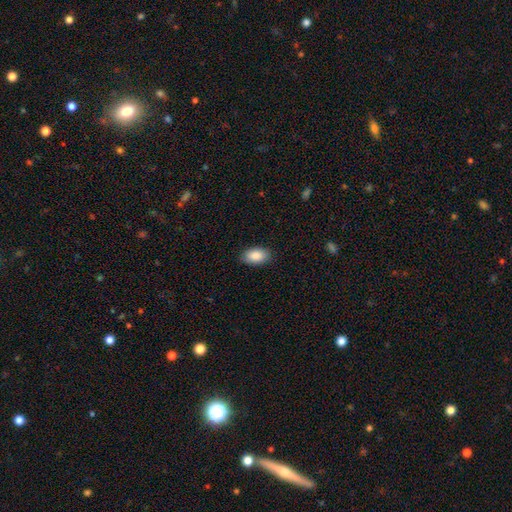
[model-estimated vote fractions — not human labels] Smooth or featured? smooth (89%)
How rounded? in between (94%)
Merging? none (87%)